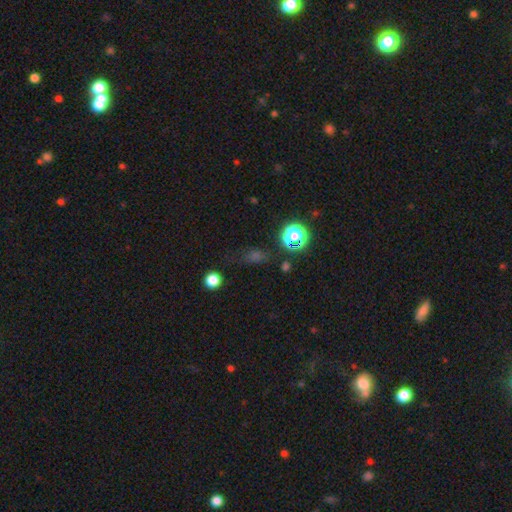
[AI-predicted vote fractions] Smooth or featured: smooth — 47% (star or artifact — 42%)
Merging: none — 69% (minor disturbance — 17%)